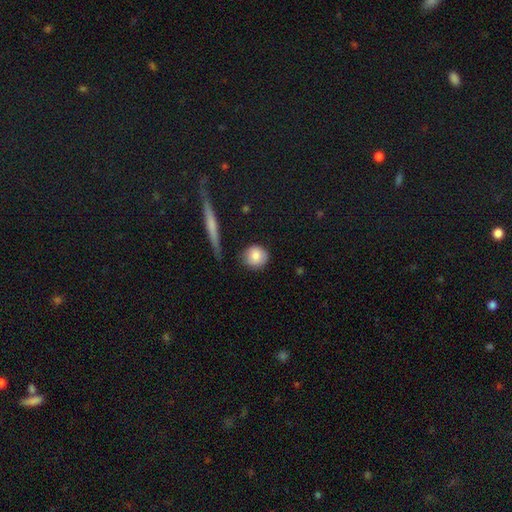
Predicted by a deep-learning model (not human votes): The model was most divided on "merging": none: 82%, minor disturbance: 12%, major disturbance: 3%, merger: 3%. More confident: how rounded — round (88%); smooth or featured — smooth (84%).